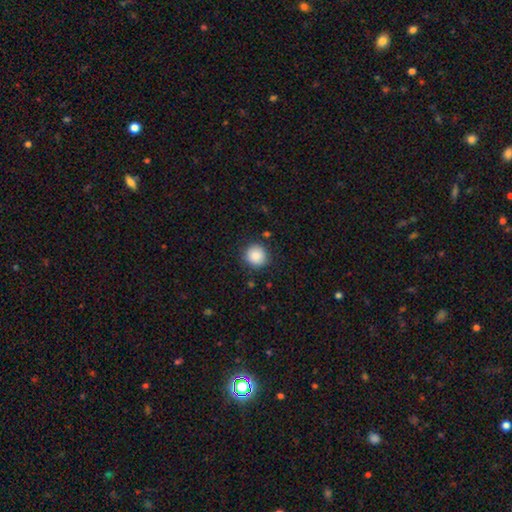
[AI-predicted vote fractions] smooth_or_featured: smooth (p=0.87) [alt: star or artifact p=0.09]
how_rounded: round (p=0.93) [alt: in between p=0.06]
merging: none (p=0.87) [alt: minor disturbance p=0.09]